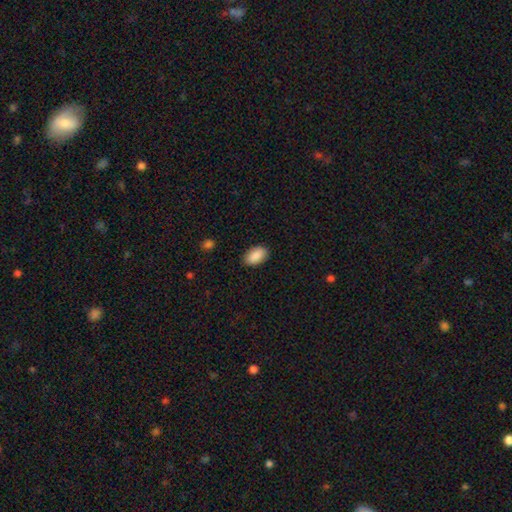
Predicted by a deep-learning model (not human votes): Smooth or featured?
  - smooth: 89% *
  - star or artifact: 6%
  - featured or disk: 4%
How rounded?
  - in between: 94% *
  - round: 5%
  - cigar-shaped: 2%
Merging?
  - none: 87% *
  - minor disturbance: 10%
  - major disturbance: 2%
  - merger: 1%